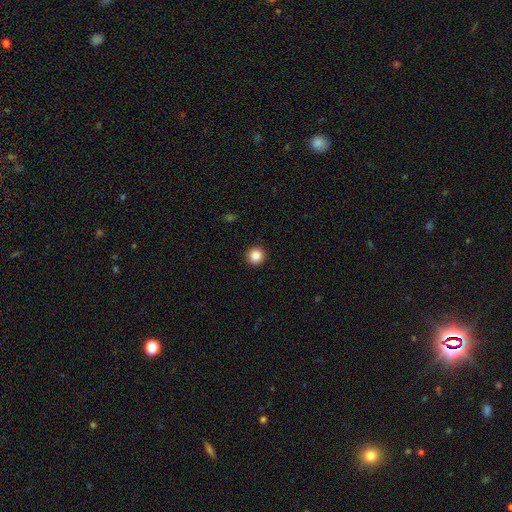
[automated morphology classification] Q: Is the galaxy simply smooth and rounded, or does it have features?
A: smooth — 87%.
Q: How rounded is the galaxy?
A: round — 94%.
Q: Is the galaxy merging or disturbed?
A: none — 93%.